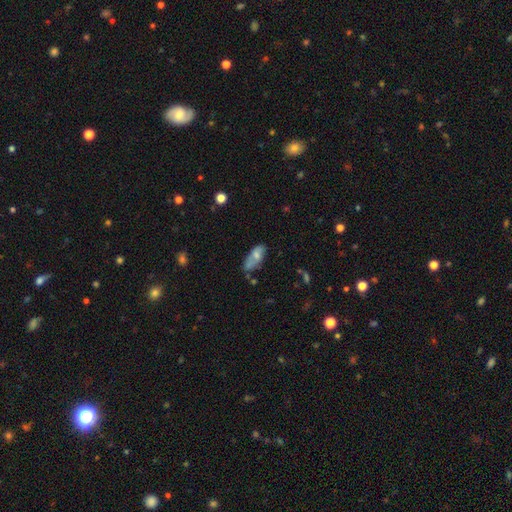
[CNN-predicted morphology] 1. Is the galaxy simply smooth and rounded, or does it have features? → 65% smooth, 26% featured or disk, 8% star or artifact.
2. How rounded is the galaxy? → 83% in between, 14% cigar-shaped, 3% round.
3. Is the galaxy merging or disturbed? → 42% none, 32% minor disturbance, 14% major disturbance, 12% merger.